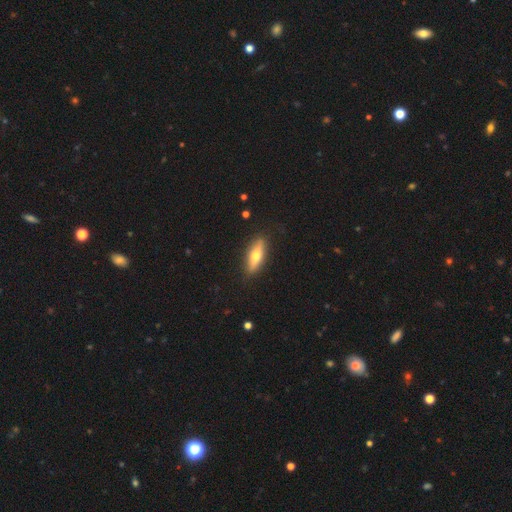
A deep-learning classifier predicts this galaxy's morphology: The model was most divided on "how rounded" (2-way tie): in between: 49%, cigar-shaped: 49%, round: 3%. More confident: merging — none (87%); smooth or featured — smooth (54%).